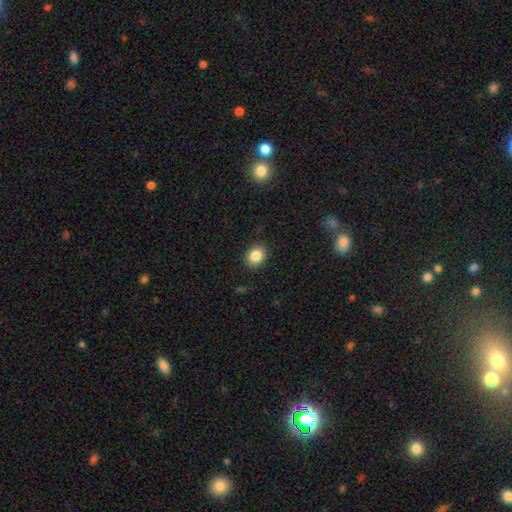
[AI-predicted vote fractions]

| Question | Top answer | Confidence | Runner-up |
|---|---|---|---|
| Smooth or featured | smooth | 86% | star or artifact (9%) |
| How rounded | round | 51% | in between (48%) |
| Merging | none | 88% | minor disturbance (9%) |